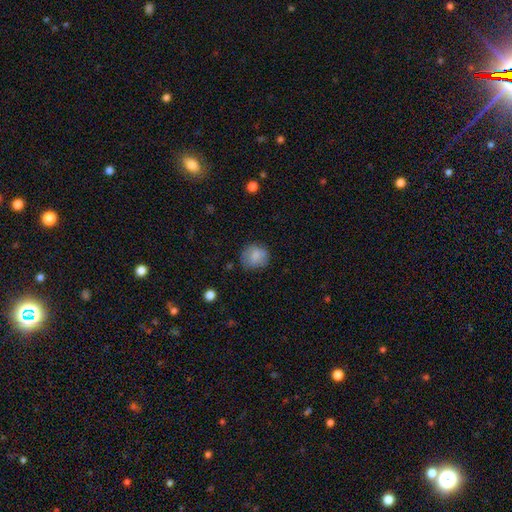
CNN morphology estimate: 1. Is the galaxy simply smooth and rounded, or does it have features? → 81% smooth, 11% featured or disk, 8% star or artifact.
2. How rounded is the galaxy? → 78% round, 21% in between, 1% cigar-shaped.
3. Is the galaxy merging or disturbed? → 75% none, 18% minor disturbance, 5% major disturbance, 2% merger.